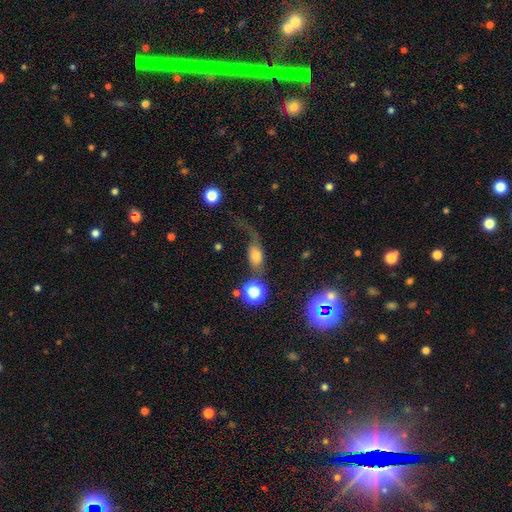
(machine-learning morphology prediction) type=smooth (59%); roundness=in between (71%); merging=major disturbance (45%).